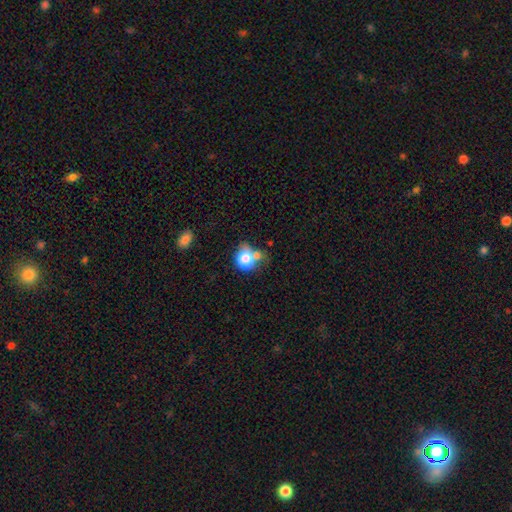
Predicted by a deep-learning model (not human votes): A smooth galaxy with no disk features (72%) that is round (69%). Merging: none (41%).